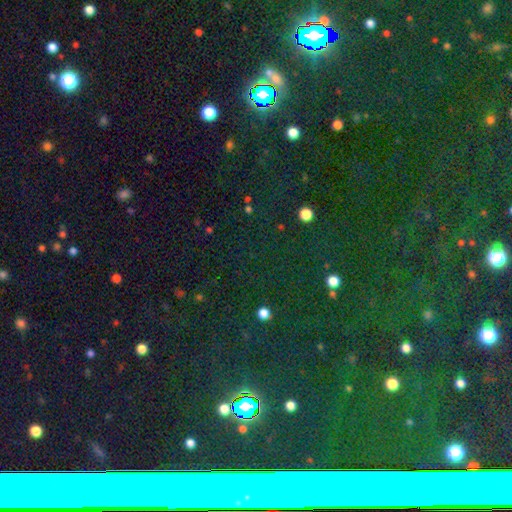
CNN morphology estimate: Smooth or featured?
  - star or artifact: 81% *
  - smooth: 12%
  - featured or disk: 7%